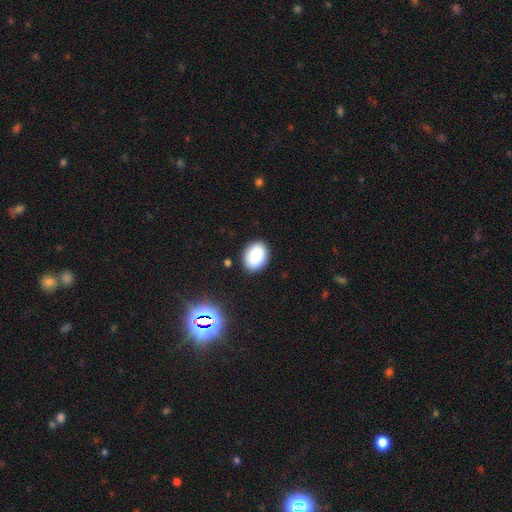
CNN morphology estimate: smooth_or_featured: smooth (p=0.87) [alt: star or artifact p=0.09]
how_rounded: in between (p=0.69) [alt: round p=0.30]
merging: none (p=0.88) [alt: minor disturbance p=0.09]